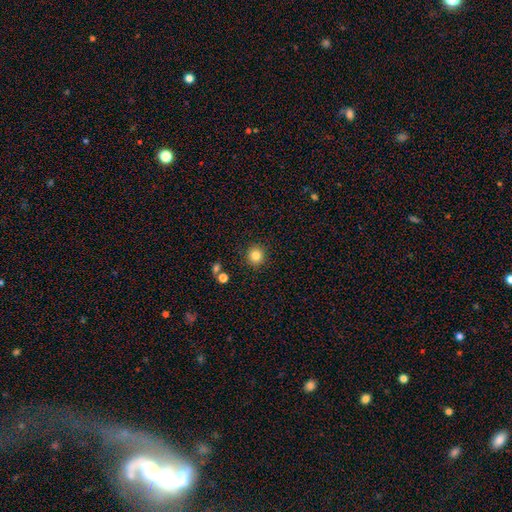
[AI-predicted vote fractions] A smooth galaxy with no disk features (83%) that is round (93%).

Vote fractions:
- Smooth or featured? smooth: 83% / star or artifact: 11% / featured or disk: 6%
- How rounded? round: 93% / in between: 6% / cigar-shaped: 1%
- Merging? none: 89% / minor disturbance: 6% / merger: 2% / major disturbance: 2%